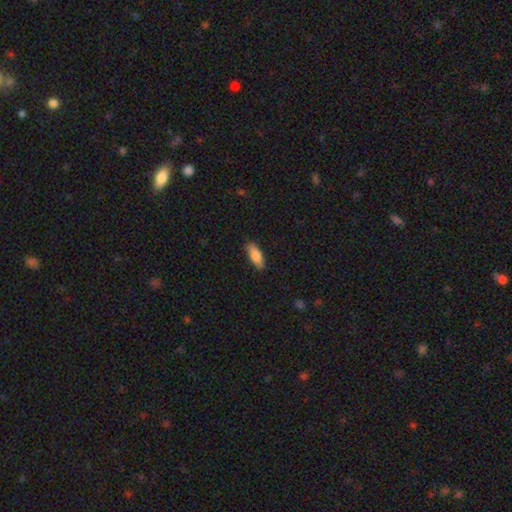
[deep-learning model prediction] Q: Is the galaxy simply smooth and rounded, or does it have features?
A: smooth — 79%.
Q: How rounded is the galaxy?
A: in between — 62%.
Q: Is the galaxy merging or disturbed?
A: none — 86%.